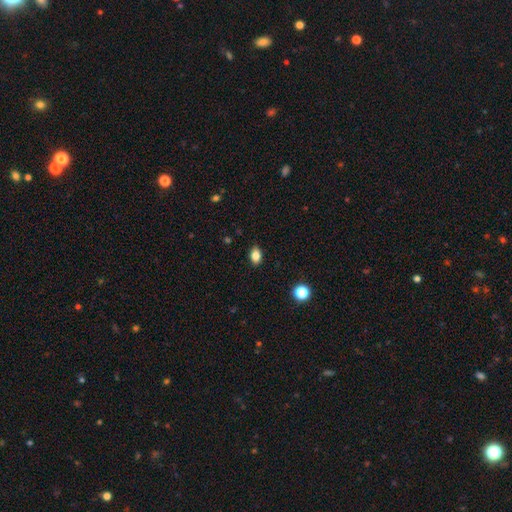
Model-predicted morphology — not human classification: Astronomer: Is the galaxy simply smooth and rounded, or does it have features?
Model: smooth — 84%.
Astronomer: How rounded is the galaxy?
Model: in between — 82%.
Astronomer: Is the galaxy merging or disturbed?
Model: none — 88%.